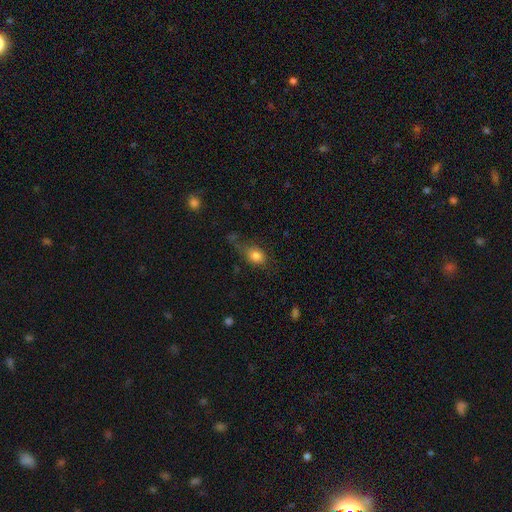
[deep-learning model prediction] Smooth or featured: smooth — 80% (star or artifact — 10%)
How rounded: in between — 62% (round — 36%)
Merging: none — 52% (minor disturbance — 25%)